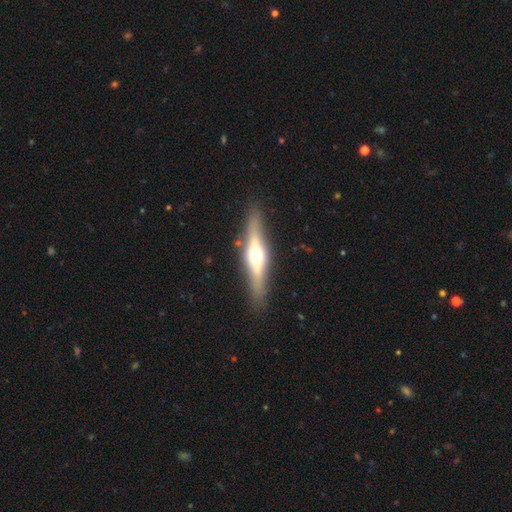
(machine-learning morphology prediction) Smooth or featured? featured or disk (64%)
Edge-on disk? yes (92%)
Edge-on bulge? rounded (92%)
Merging? none (87%)